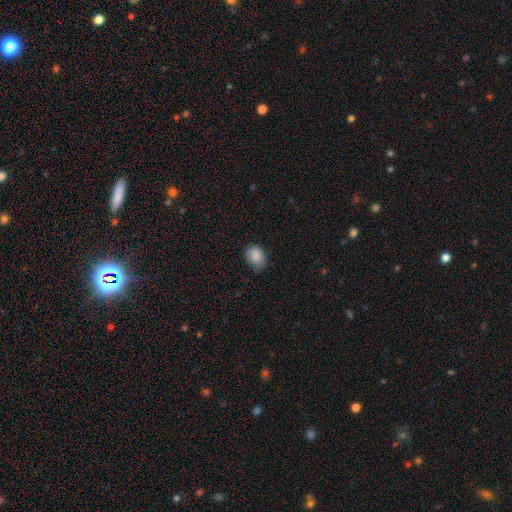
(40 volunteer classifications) Smooth or featured? smooth (90%)
How rounded? in between (61%)
Merging? none (69%)